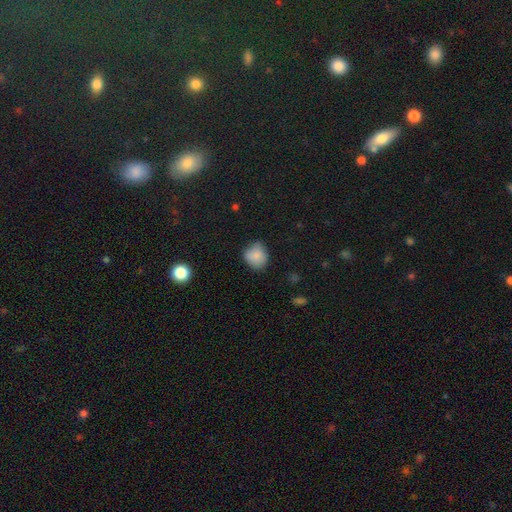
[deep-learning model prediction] Smooth or featured? Predicted: smooth (p=0.84). How rounded? Predicted: round (p=0.76). Merging? Predicted: none (p=0.67).